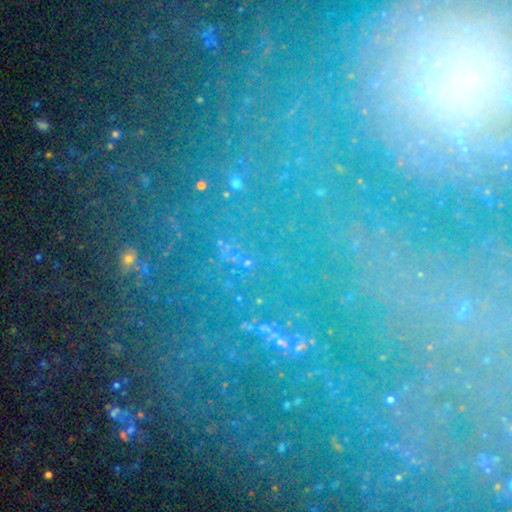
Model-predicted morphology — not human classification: type=star or artifact (69%).